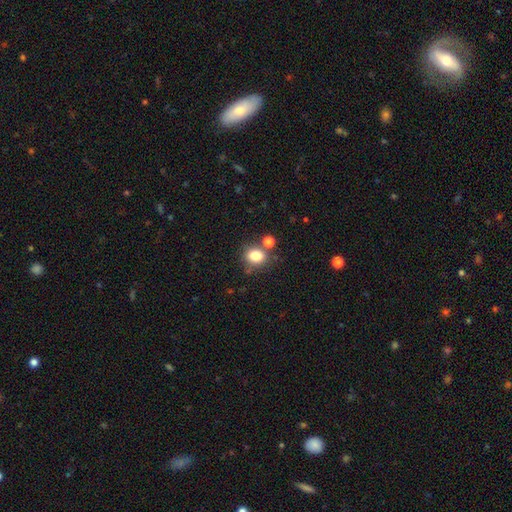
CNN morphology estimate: type=smooth (81%); roundness=round (59%); merging=none (68%).